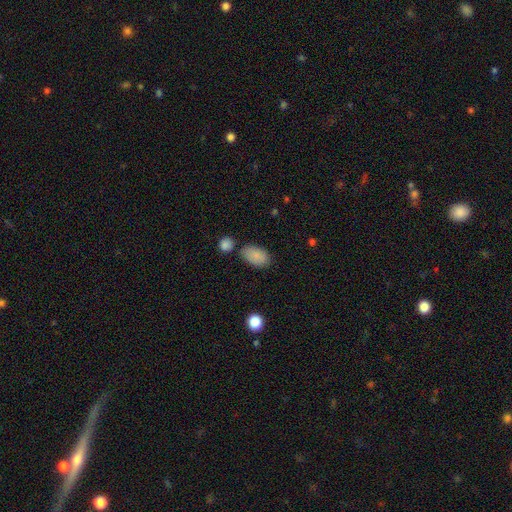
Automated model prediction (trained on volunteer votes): smooth-or-featured: smooth: 87% | star or artifact: 7% | featured or disk: 6%
  how-rounded: in between: 93% | round: 5% | cigar-shaped: 2%
  merging: none: 71% | minor disturbance: 16% | merger: 8% | major disturbance: 4%